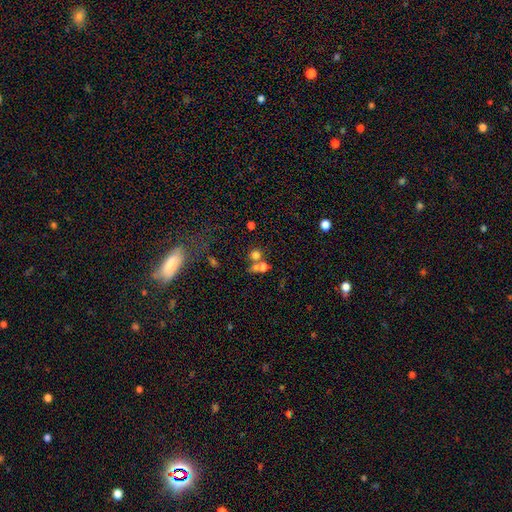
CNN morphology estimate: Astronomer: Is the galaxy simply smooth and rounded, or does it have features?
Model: smooth — 67%.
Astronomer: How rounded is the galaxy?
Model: round — 83%.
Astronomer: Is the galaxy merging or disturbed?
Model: merger — 44% (runner-up: none, 43%).